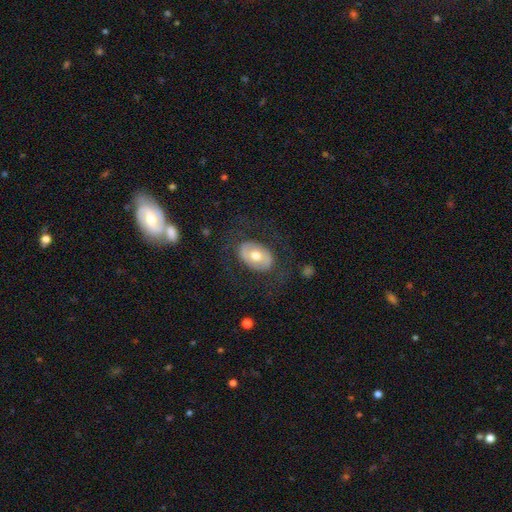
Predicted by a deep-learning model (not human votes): smooth_or_featured: smooth (p=0.50) [alt: featured or disk p=0.44]
how_rounded: in between (p=0.85) [alt: round p=0.14]
merging: none (p=0.73) [alt: minor disturbance p=0.13]